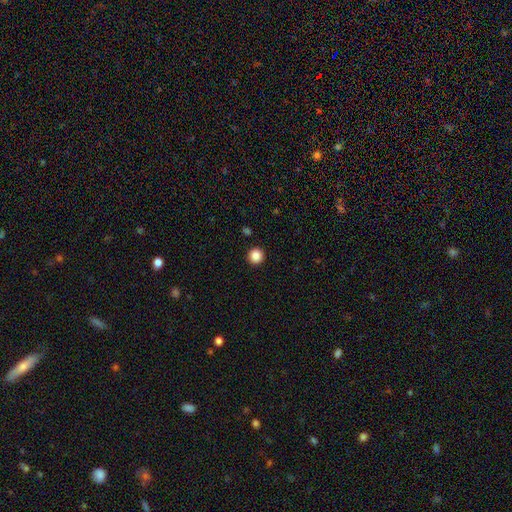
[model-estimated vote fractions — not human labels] A smooth galaxy with no disk features (86%) that is round (95%).

Vote fractions:
- Smooth or featured? smooth: 86% / star or artifact: 10% / featured or disk: 3%
- How rounded? round: 95% / in between: 4% / cigar-shaped: 1%
- Merging? none: 93% / minor disturbance: 4% / major disturbance: 1% / merger: 1%